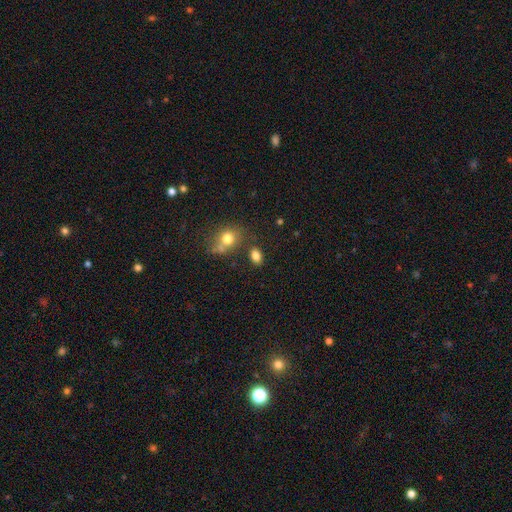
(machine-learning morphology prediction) type=smooth (82%); roundness=in between (80%); merging=none (74%).